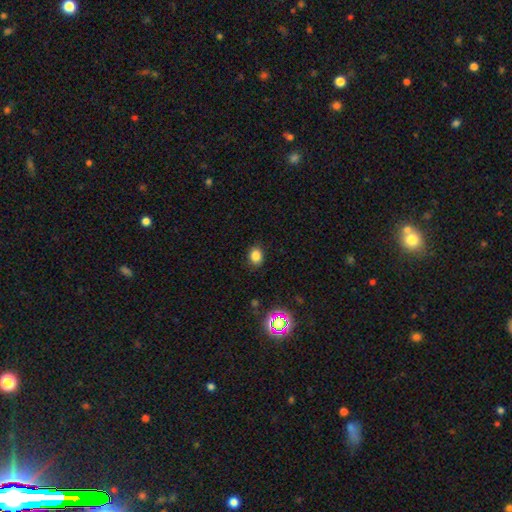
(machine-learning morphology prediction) smooth-or-featured: smooth: 81% | star or artifact: 14% | featured or disk: 5%
  how-rounded: in between: 52% | round: 47% | cigar-shaped: 1%
  merging: none: 86% | minor disturbance: 10% | major disturbance: 3% | merger: 1%